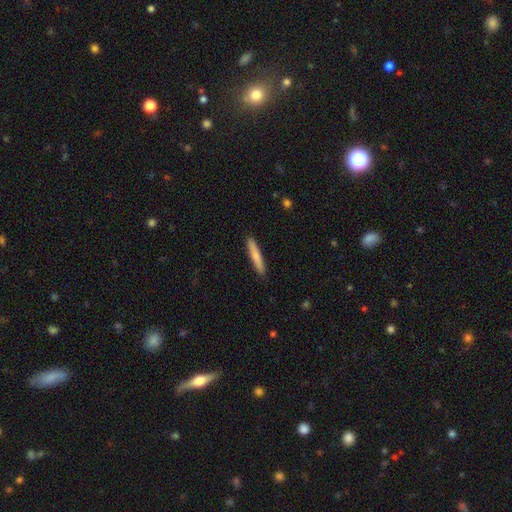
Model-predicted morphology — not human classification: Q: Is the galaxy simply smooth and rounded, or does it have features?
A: smooth — 71%.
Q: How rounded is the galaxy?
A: cigar-shaped — 93%.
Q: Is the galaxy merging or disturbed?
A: none — 90%.